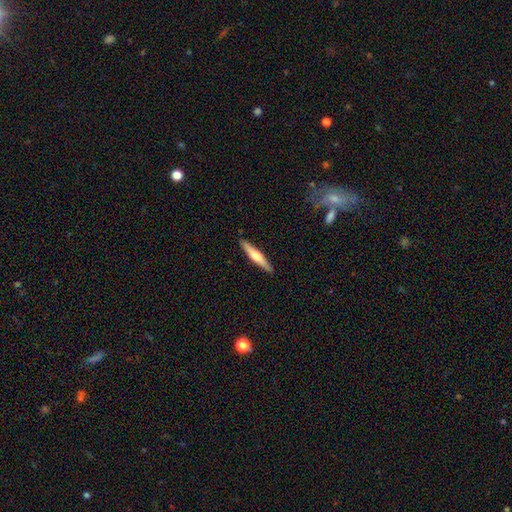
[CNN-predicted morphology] The model was most divided on "smooth or featured": smooth: 50%, featured or disk: 45%, star or artifact: 5%. More confident: how rounded — cigar-shaped (90%); merging — none (90%).